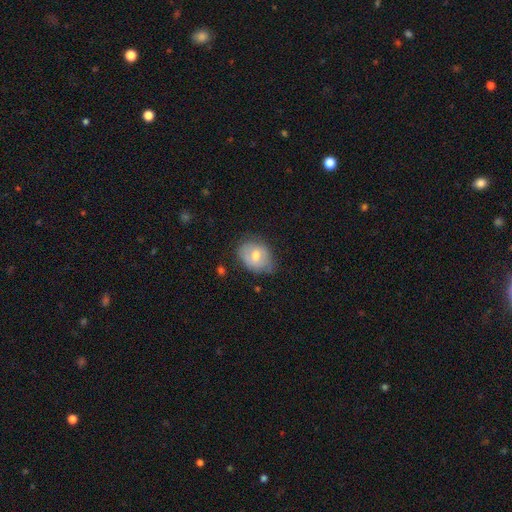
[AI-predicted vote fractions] Smooth or featured? Predicted: smooth (p=0.59). How rounded? Predicted: in between (p=0.56). Merging? Predicted: none (p=0.61).